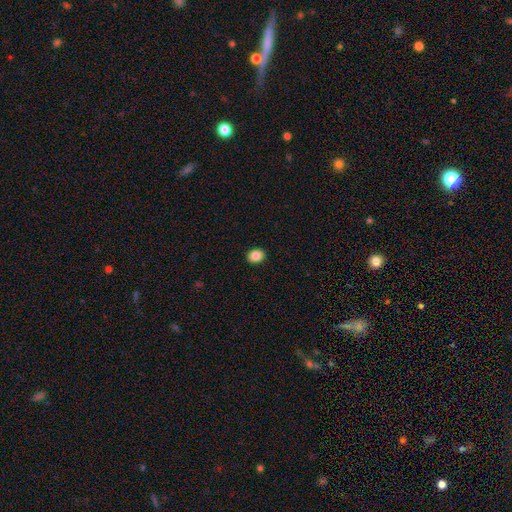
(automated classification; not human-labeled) Morphology: type=smooth (88%); roundness=round (53%); merging=none (92%).